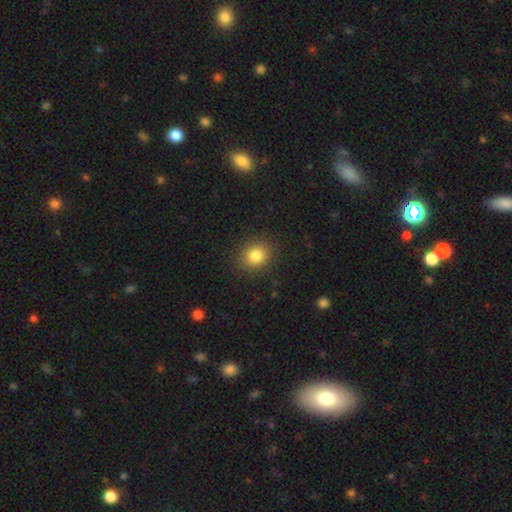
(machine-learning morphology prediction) Overall: smooth (83%). How rounded: round (75%). Merging: none (88%).